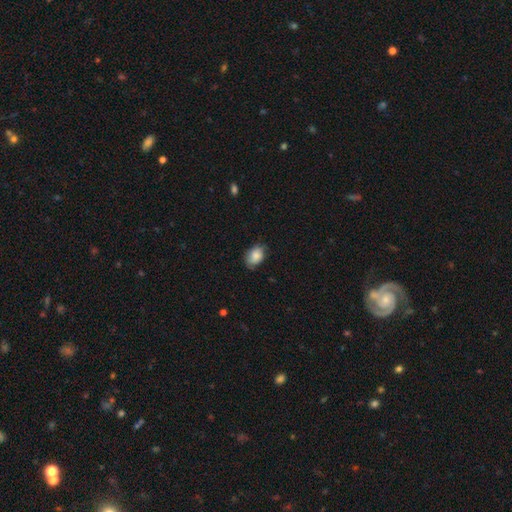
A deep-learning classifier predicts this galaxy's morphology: type=smooth (83%); roundness=in between (79%); merging=none (73%).